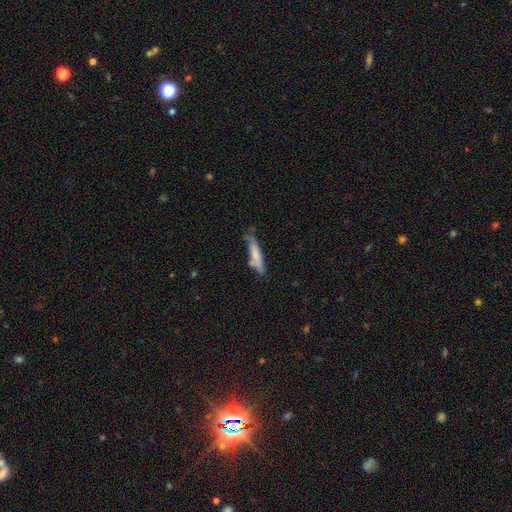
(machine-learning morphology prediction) smooth_or_featured: smooth (p=0.65) [alt: featured or disk p=0.29]
how_rounded: cigar-shaped (p=0.81) [alt: in between p=0.18]
merging: none (p=0.57) [alt: minor disturbance p=0.26]